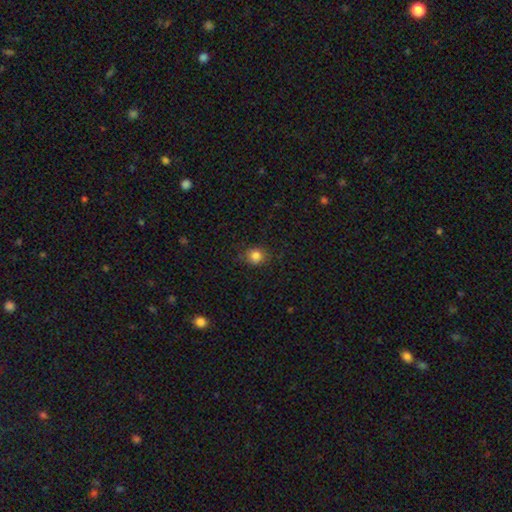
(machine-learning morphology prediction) A smooth galaxy with no disk features (82%) that is round (80%).

Vote fractions:
- Smooth or featured? smooth: 82% / star or artifact: 12% / featured or disk: 6%
- How rounded? round: 80% / in between: 19% / cigar-shaped: 1%
- Merging? none: 81% / minor disturbance: 14% / major disturbance: 4% / merger: 1%